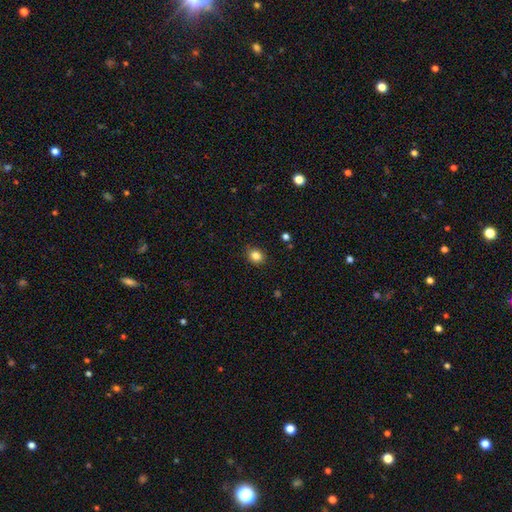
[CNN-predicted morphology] Overall: smooth (84%). How rounded: round (52%; in between 47%). Merging: none (88%).